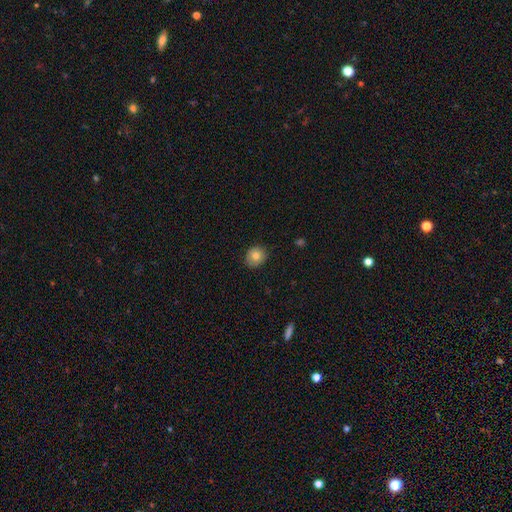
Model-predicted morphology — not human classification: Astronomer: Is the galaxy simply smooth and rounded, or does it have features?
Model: smooth — 79%.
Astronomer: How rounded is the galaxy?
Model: round — 75%.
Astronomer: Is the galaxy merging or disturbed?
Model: none — 84%.